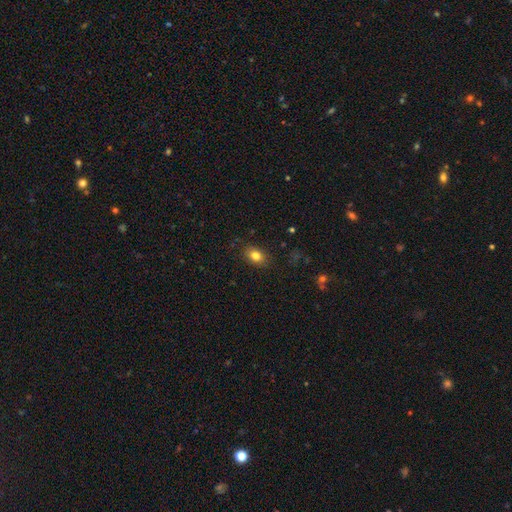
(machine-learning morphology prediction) smooth_or_featured: smooth (p=0.81) [alt: star or artifact p=0.10]
how_rounded: in between (p=0.79) [alt: round p=0.20]
merging: none (p=0.85) [alt: minor disturbance p=0.11]